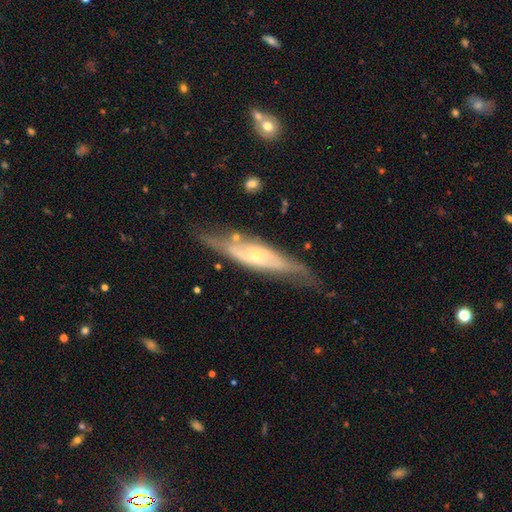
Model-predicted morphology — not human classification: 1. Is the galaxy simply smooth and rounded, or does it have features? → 73% featured or disk, 22% smooth, 6% star or artifact.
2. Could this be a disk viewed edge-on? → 57% yes, 43% no.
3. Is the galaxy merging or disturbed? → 66% none, 22% minor disturbance, 8% major disturbance, 4% merger.